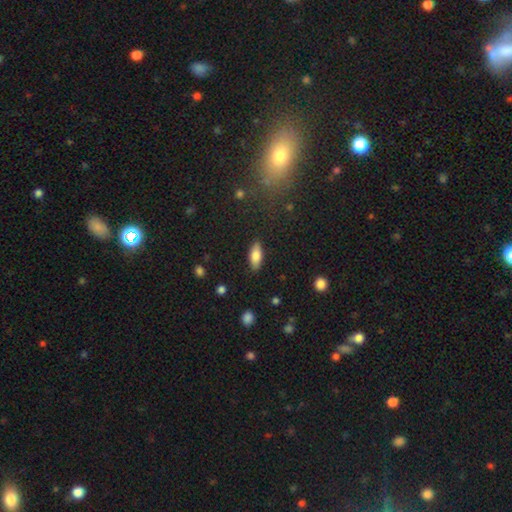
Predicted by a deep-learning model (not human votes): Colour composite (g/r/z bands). It shows a smooth galaxy with no disk features (80%) that is in between round and cigar-shaped (79%). Merging: none (87%).